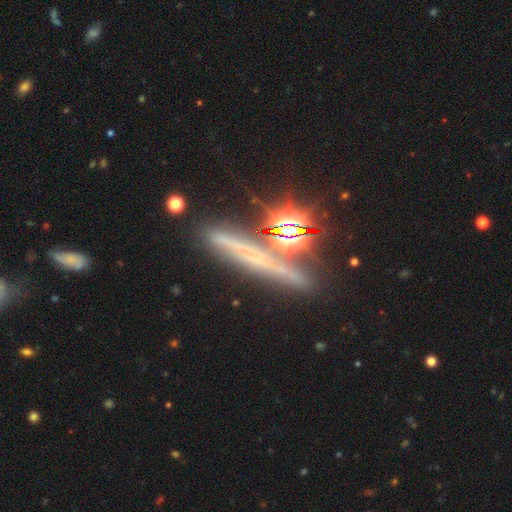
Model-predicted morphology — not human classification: smooth-or-featured: featured or disk: 39% | star or artifact: 37% | smooth: 24%
  merging: none: 73% | minor disturbance: 12% | merger: 9% | major disturbance: 5%